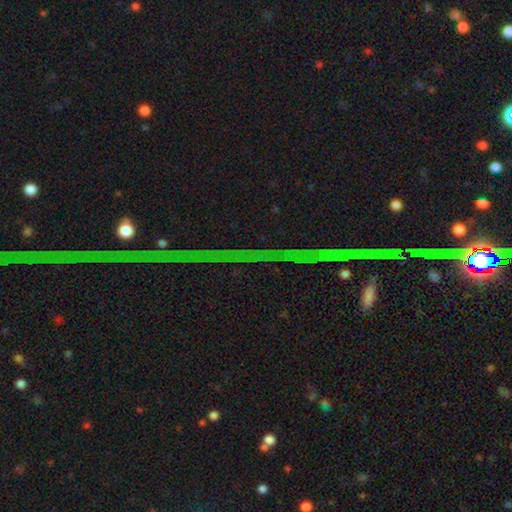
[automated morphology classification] Smooth or featured: star or artifact — 84% (featured or disk — 9%)